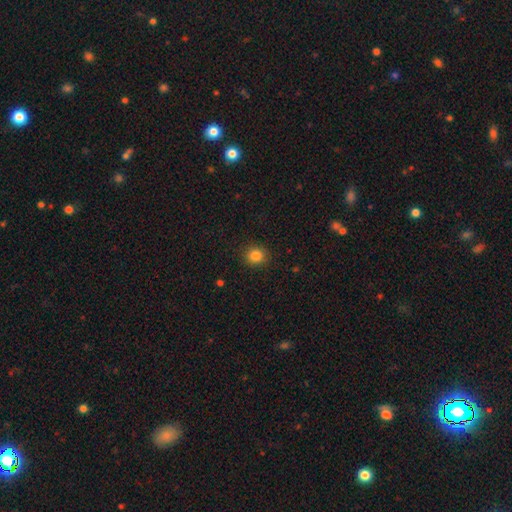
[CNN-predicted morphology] Smooth or featured: smooth — 84% (star or artifact — 11%)
How rounded: round — 86% (in between — 13%)
Merging: none — 91% (minor disturbance — 6%)